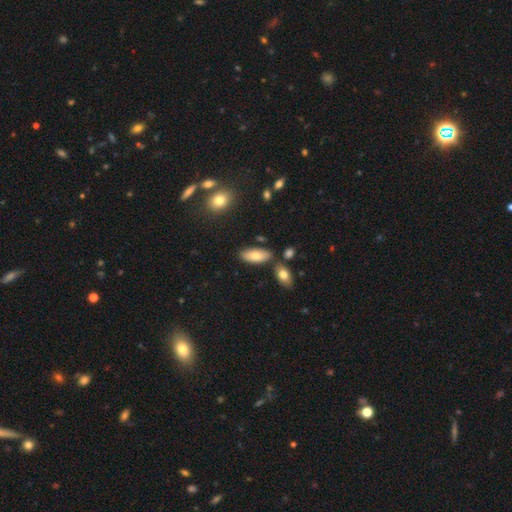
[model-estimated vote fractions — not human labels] The model was most divided on "smooth or featured": smooth: 77%, featured or disk: 16%, star or artifact: 7%. More confident: how rounded — in between (87%); merging — none (77%).